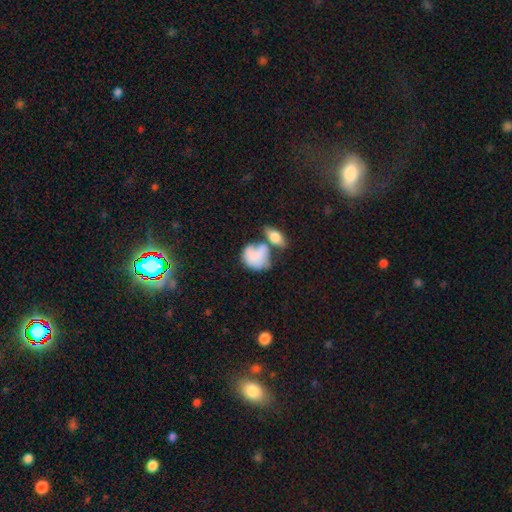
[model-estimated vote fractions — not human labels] A smooth galaxy with no disk features (71%) that is in between round and cigar-shaped (51%). Merging: merger (40%).